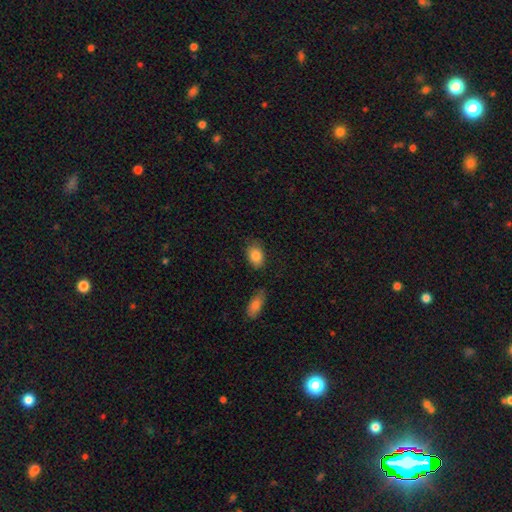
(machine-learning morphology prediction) smooth_or_featured: smooth (p=0.86) [alt: star or artifact p=0.07]
how_rounded: in between (p=0.83) [alt: round p=0.16]
merging: none (p=0.76) [alt: minor disturbance p=0.16]